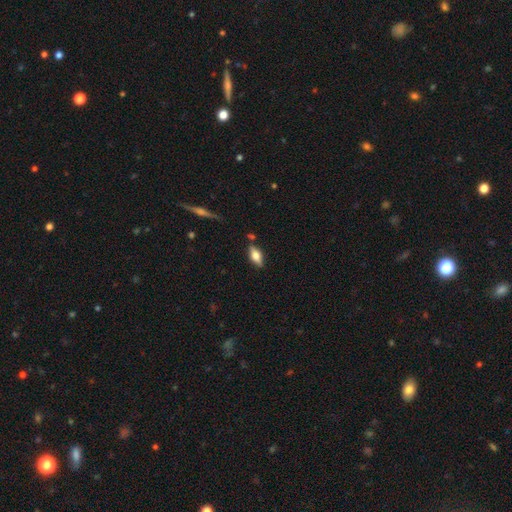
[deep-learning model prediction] Smooth or featured: smooth — 54% (featured or disk — 38%)
How rounded: in between — 78% (cigar-shaped — 18%)
Merging: none — 80% (minor disturbance — 13%)